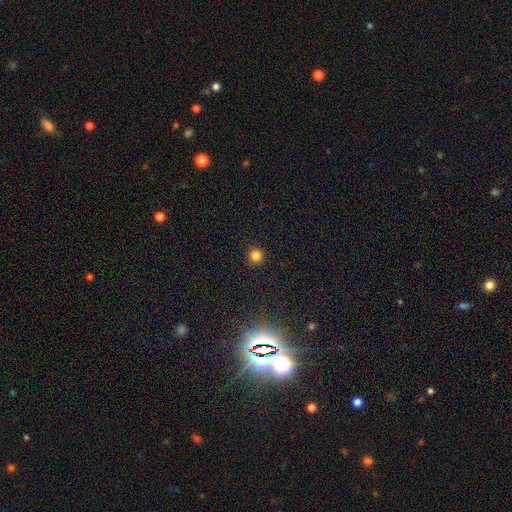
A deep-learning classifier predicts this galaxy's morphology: The model was most divided on "smooth or featured": smooth: 81%, star or artifact: 14%, featured or disk: 4%. More confident: how rounded — round (95%); merging — none (92%).